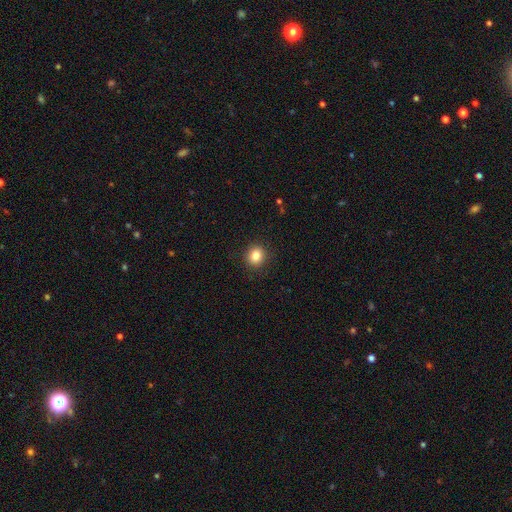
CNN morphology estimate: smooth_or_featured: smooth (p=0.83) [alt: star or artifact p=0.11]
how_rounded: round (p=0.87) [alt: in between p=0.12]
merging: none (p=0.91) [alt: minor disturbance p=0.06]